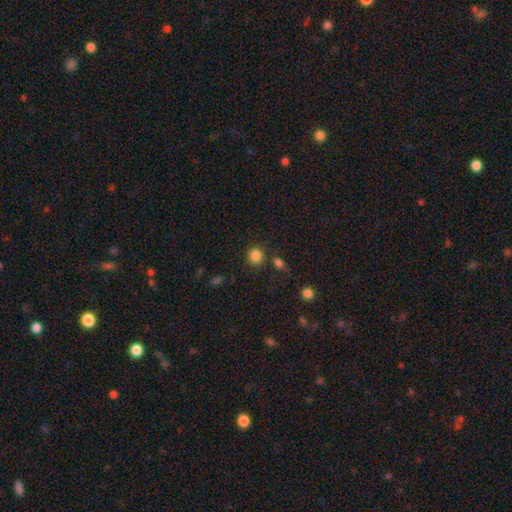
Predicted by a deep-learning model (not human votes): This is clearly a smooth galaxy (85%). How rounded: clearly round (83%). Merging: clearly none (80%).